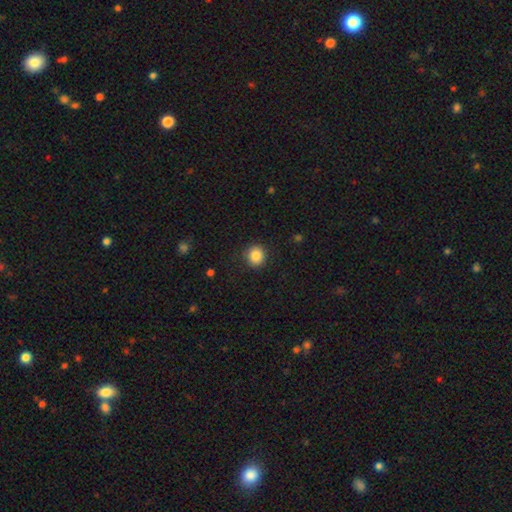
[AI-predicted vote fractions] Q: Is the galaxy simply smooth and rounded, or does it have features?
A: smooth — 86%.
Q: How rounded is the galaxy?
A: round — 89%.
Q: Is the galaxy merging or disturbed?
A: none — 89%.